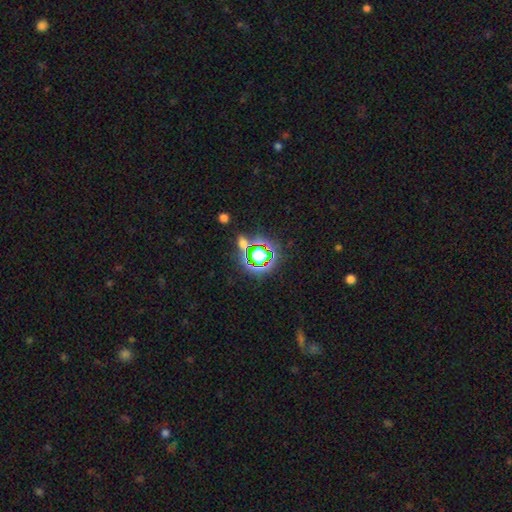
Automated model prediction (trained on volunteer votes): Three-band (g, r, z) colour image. It shows a star or artifact, not a galaxy (74%).